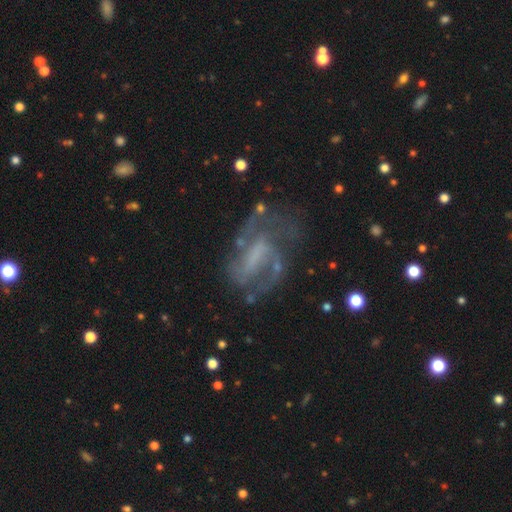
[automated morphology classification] featured or disk 81%, smooth 10%, star or artifact 9%. Down the decision tree: edge-on disk — no (96%); bar — weak (40%); spiral arms — yes (89%); spiral arm count — 2 (62%); spiral winding — medium (48%); bulge size — none (57%); merging — none (56%).